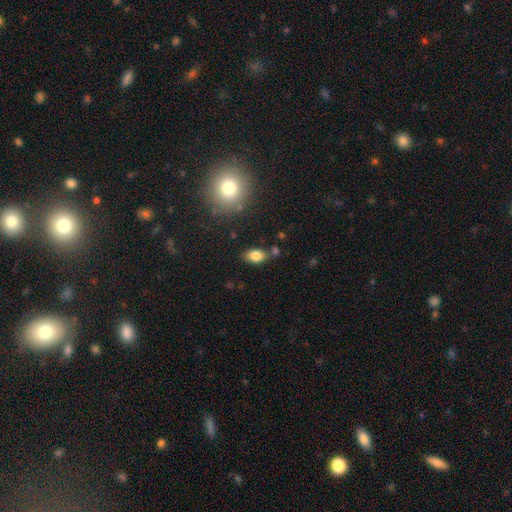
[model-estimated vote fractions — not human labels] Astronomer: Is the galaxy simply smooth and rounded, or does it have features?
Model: smooth — 82%.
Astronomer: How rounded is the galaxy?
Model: in between — 89%.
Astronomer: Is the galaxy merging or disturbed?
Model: none — 73%.